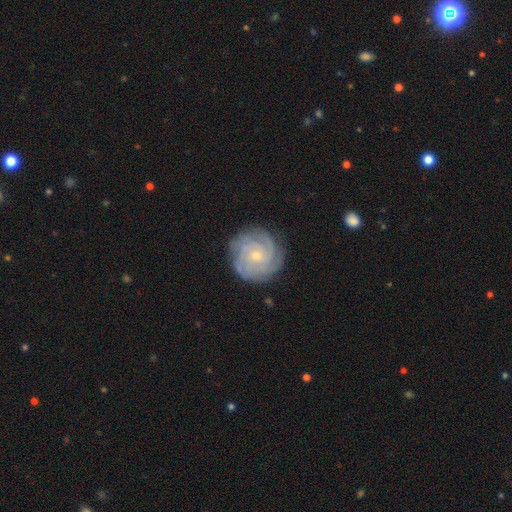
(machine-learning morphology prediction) Smooth or featured?
  - featured or disk: 82% *
  - smooth: 11%
  - star or artifact: 7%
Edge-on disk?
  - no: 98% *
  - yes: 2%
Bar?
  - no: 73% *
  - weak: 23%
  - strong: 4%
Spiral arms?
  - yes: 97% *
  - no: 3%
Spiral winding?
  - tight: 77% *
  - medium: 20%
  - loose: 4%
Spiral arm count?
  - 4: 28% *
  - can't tell: 24%
  - 3: 21%
  - 2: 10%
  - more than 4: 9%
  - 1: 7%
Bulge size?
  - small: 74% *
  - moderate: 23%
  - none: 2%
  - large: 1%
  - dominant: 1%
Merging?
  - none: 84% *
  - minor disturbance: 11%
  - major disturbance: 3%
  - merger: 1%